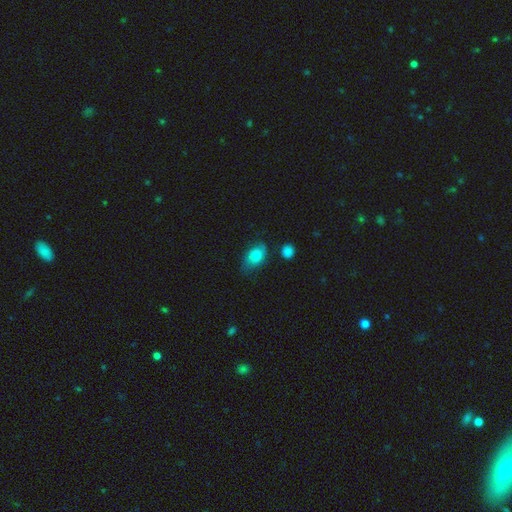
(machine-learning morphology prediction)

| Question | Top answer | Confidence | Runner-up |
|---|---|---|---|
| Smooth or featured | smooth | 74% | featured or disk (18%) |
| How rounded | in between | 85% | round (13%) |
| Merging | none | 59% | minor disturbance (29%) |